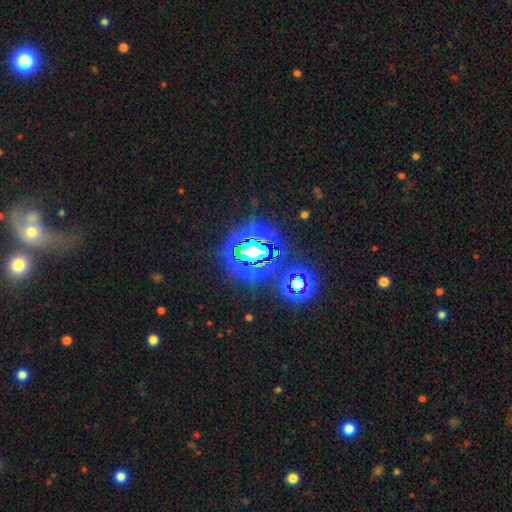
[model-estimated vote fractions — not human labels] A star or artifact, not a galaxy (71%).